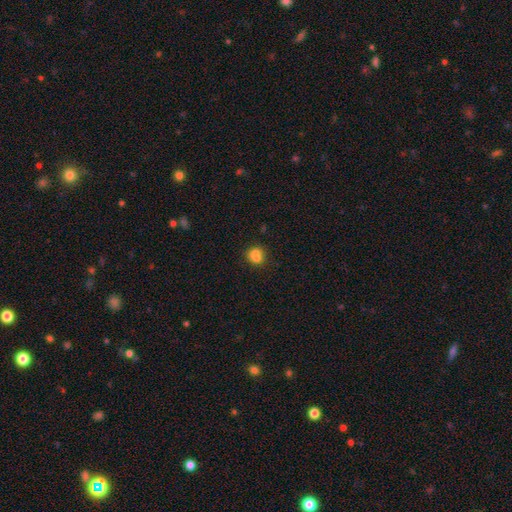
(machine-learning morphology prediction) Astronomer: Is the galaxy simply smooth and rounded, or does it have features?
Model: smooth — 79%.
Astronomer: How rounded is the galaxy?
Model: round — 65%.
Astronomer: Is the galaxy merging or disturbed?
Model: none — 52% (runner-up: merger, 28%).